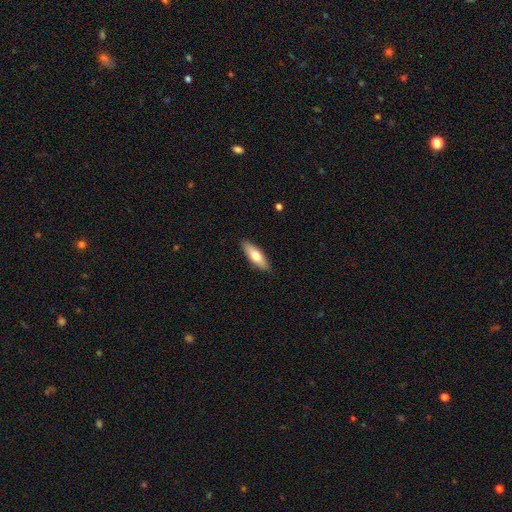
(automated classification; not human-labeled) Smooth or featured: smooth — 68% (featured or disk — 26%)
How rounded: in between — 54% (cigar-shaped — 44%)
Merging: none — 89% (minor disturbance — 9%)